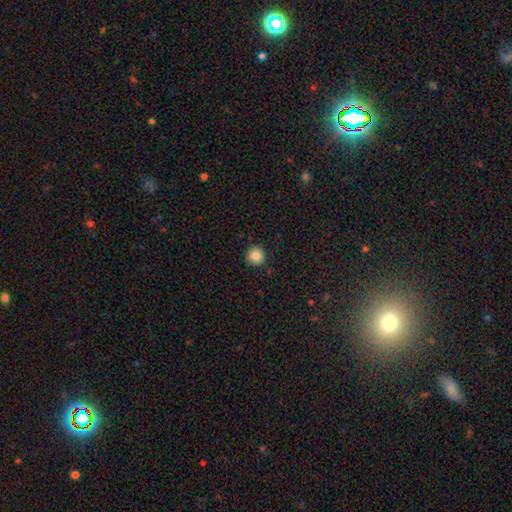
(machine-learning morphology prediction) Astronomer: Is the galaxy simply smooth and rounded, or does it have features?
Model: smooth — 85%.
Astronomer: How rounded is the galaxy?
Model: round — 95%.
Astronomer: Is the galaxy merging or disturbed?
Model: none — 90%.